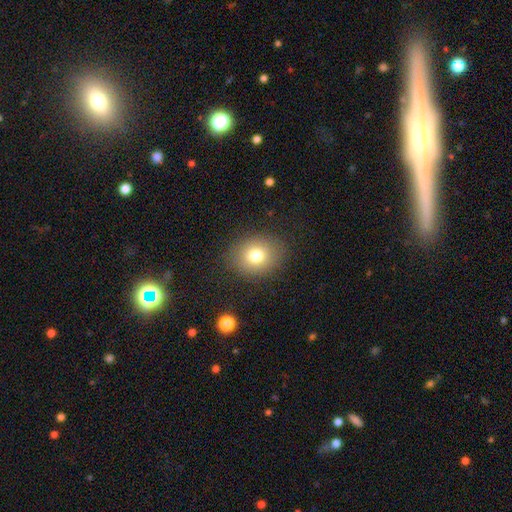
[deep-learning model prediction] Overall: smooth (76%). How rounded: round (62%; in between 38%). Merging: none (86%).